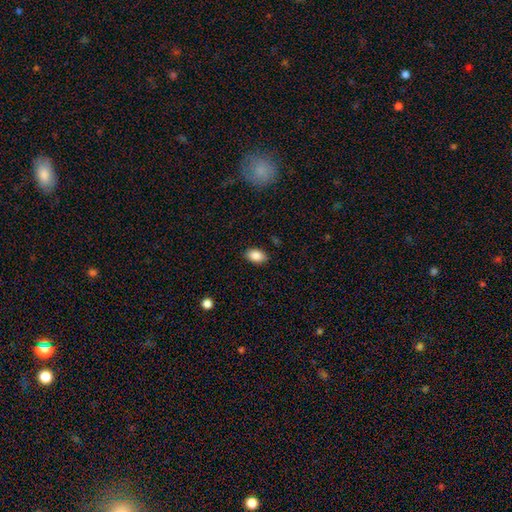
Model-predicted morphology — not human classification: Smooth or featured?
  - smooth: 88% *
  - star or artifact: 8%
  - featured or disk: 5%
How rounded?
  - in between: 89% *
  - round: 10%
  - cigar-shaped: 1%
Merging?
  - none: 87% *
  - minor disturbance: 10%
  - major disturbance: 2%
  - merger: 1%